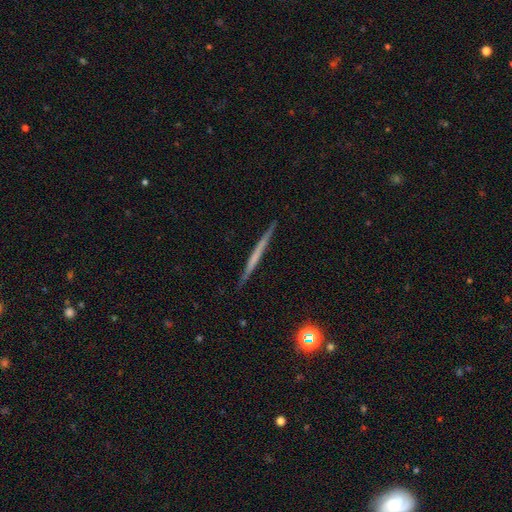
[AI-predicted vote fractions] featured or disk 57%, smooth 36%, star or artifact 6%. Down the decision tree: edge-on disk — yes (98%); edge-on bulge — none (89%); merging — none (91%).